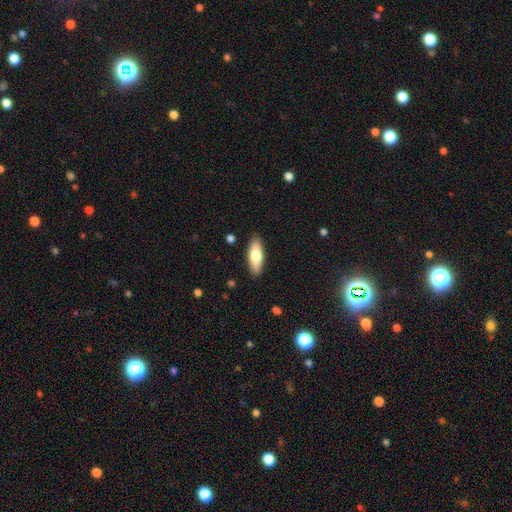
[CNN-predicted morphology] Smooth or featured? Predicted: smooth (p=0.71). How rounded? Predicted: in between (p=0.66). Merging? Predicted: none (p=0.89).